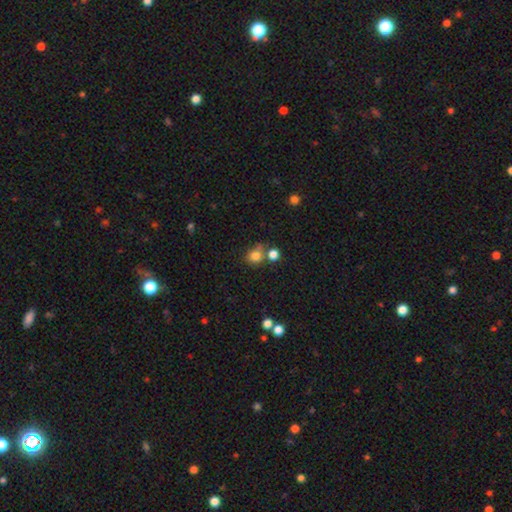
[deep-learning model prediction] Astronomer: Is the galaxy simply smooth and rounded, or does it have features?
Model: smooth — 79%.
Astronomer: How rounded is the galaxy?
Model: round — 79%.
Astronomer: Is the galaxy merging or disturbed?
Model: none — 58%.